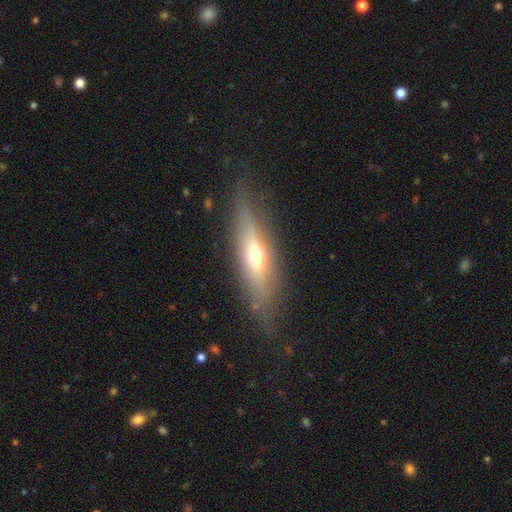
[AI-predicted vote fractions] A featured or disk galaxy (52%) viewed edge-on (84%).

Vote fractions:
- Smooth or featured? featured or disk: 52% / smooth: 40% / star or artifact: 8%
- Edge-on disk? yes: 84% / no: 16%
- Merging? none: 78% / minor disturbance: 15% / major disturbance: 6% / merger: 1%